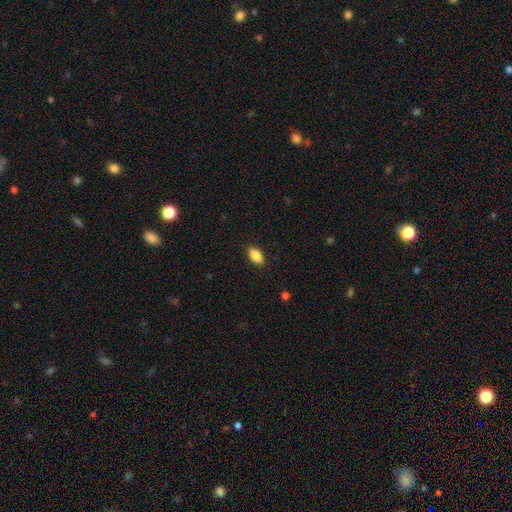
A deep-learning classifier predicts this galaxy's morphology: Overall: smooth (87%). How rounded: in between (91%). Merging: none (88%).